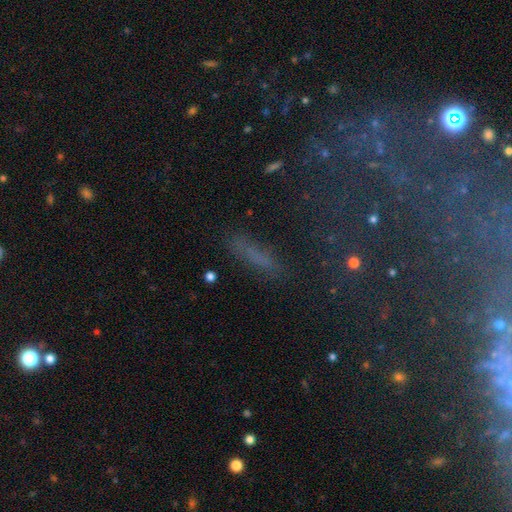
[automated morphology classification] type=smooth (60%); roundness=cigar-shaped (79%); merging=none (78%).